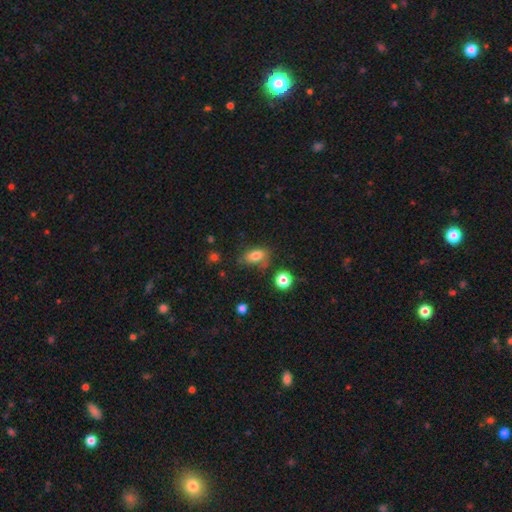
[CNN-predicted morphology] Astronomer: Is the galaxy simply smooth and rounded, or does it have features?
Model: smooth — 80%.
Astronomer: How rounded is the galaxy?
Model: in between — 84%.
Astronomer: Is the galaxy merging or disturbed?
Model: none — 66%.